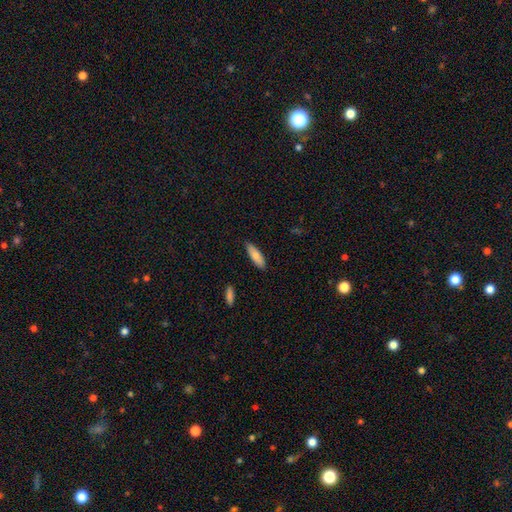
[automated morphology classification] Q: Smooth or featured?
A: smooth (80%); runner-up: featured or disk (14%)
Q: How rounded?
A: in between (52%); runner-up: cigar-shaped (46%)
Q: Merging?
A: none (87%); runner-up: minor disturbance (10%)